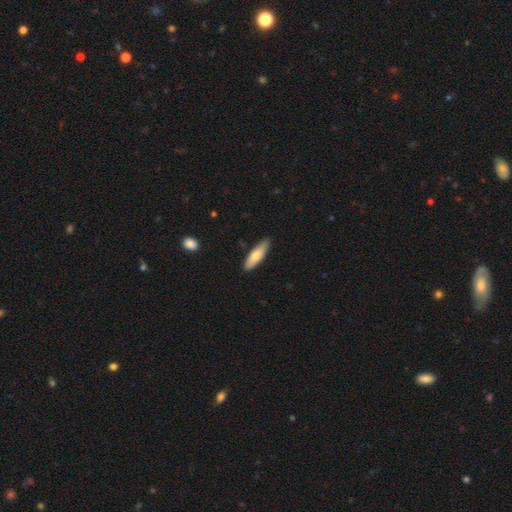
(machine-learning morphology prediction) smooth_or_featured: smooth (p=0.73) [alt: featured or disk p=0.22]
how_rounded: cigar-shaped (p=0.59) [alt: in between p=0.39]
merging: none (p=0.86) [alt: minor disturbance p=0.11]